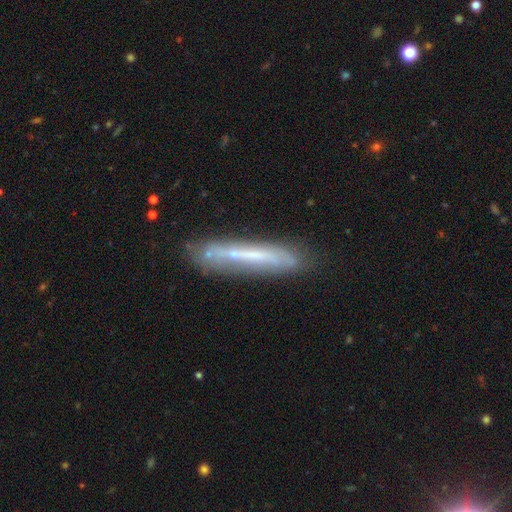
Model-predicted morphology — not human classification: A featured or disk galaxy (57%) viewed edge-on (70%). Merging: none (74%).